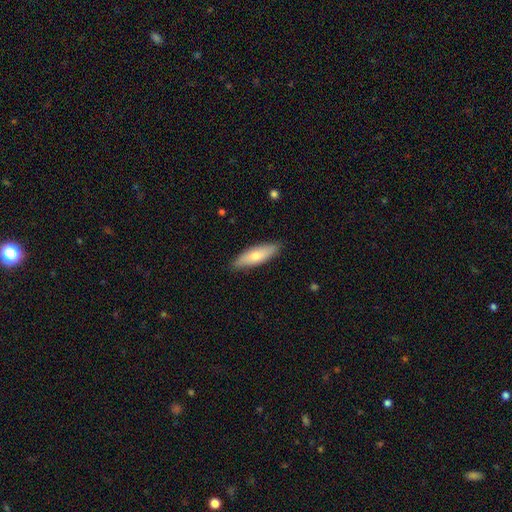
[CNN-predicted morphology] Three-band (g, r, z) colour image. It shows a smooth galaxy with no disk features (66%) that is in between round and cigar-shaped (50%). Merging: none (88%).